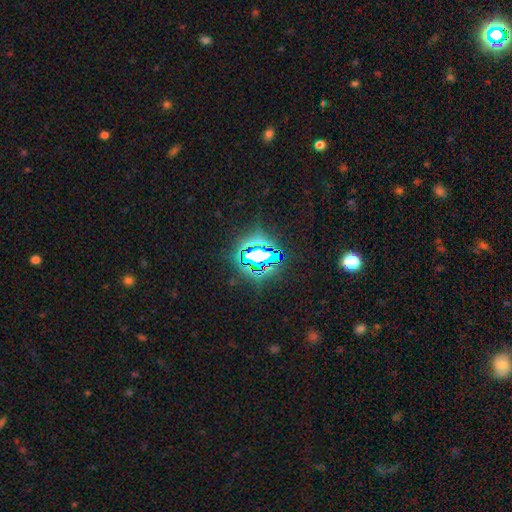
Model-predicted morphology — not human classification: A star or artifact, not a galaxy (74%).

Vote fractions:
- Smooth or featured? star or artifact: 74% / smooth: 14% / featured or disk: 11%